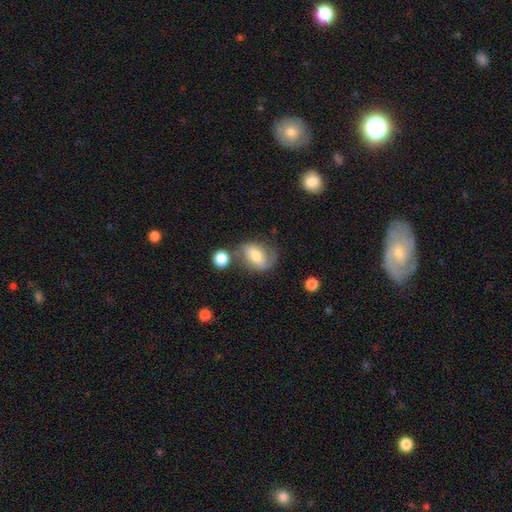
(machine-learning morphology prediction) type=featured or disk (55%); edge-on=no (96%); bar=weak (41%); spiral arms=yes (81%); bulge=moderate (66%); merging=none (58%).